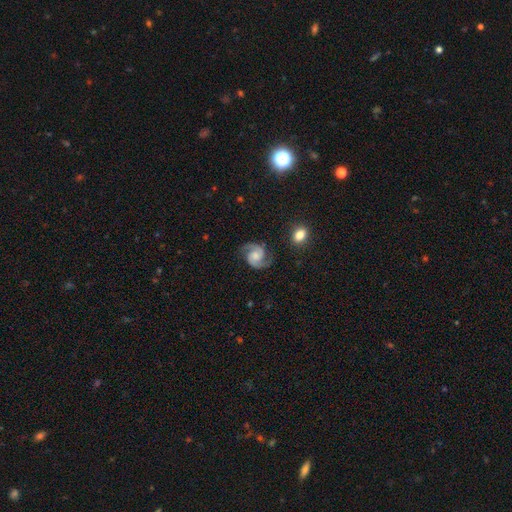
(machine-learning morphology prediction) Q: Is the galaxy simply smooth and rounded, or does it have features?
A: featured or disk — 90%.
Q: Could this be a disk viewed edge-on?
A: no — 98%.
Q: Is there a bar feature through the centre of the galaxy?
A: no — 57%.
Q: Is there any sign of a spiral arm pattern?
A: yes — 98%.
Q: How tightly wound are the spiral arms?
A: medium — 60%.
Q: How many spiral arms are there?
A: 2 — 94%.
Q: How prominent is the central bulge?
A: moderate — 41%.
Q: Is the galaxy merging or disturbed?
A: none — 81%.